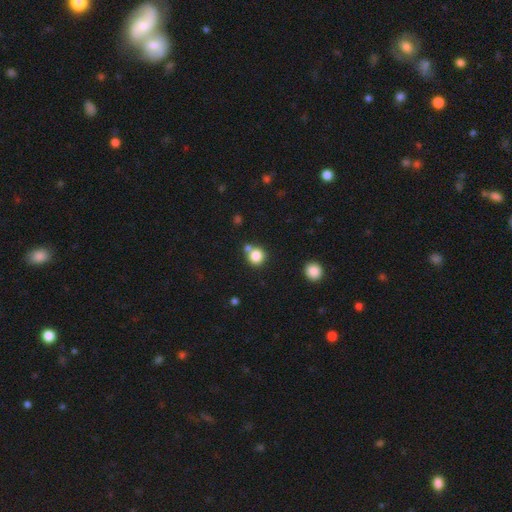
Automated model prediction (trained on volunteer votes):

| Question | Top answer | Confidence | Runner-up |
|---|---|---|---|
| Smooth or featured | smooth | 83% | star or artifact (11%) |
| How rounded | round | 90% | in between (9%) |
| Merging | none | 66% | merger (23%) |